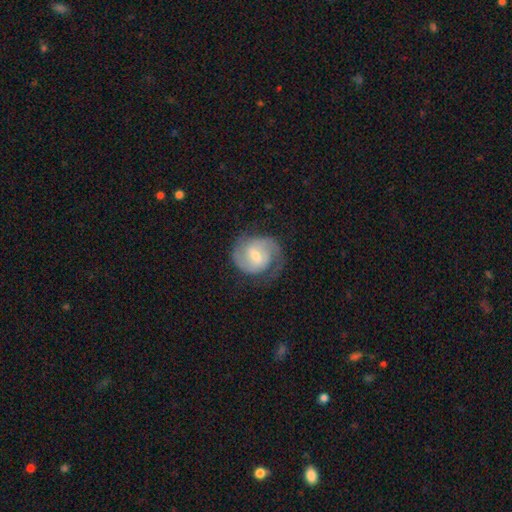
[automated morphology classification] The model was most divided on "spiral winding" (2-way tie): medium: 44%, tight: 44%, loose: 12%. Remaining: edge-on disk — no (98%); spiral arms — yes (96%); smooth or featured — featured or disk (83%); spiral arm count — 2 (81%); merging — none (68%); bar — weak (61%); bulge size — moderate (48%).